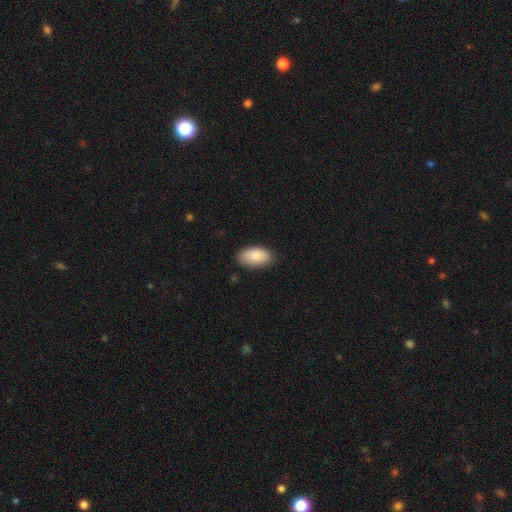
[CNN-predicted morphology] This appears to be a smooth galaxy with no disk features (86%) that is in between round and cigar-shaped (94%). Merging: none (83%).